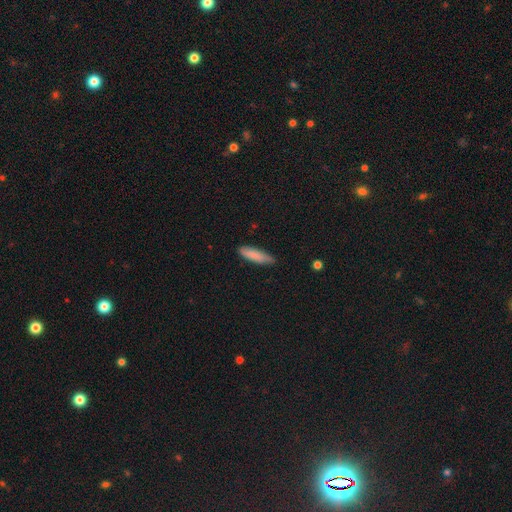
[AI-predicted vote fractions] Smooth or featured? smooth (84%)
How rounded? cigar-shaped (67%)
Merging? none (79%)